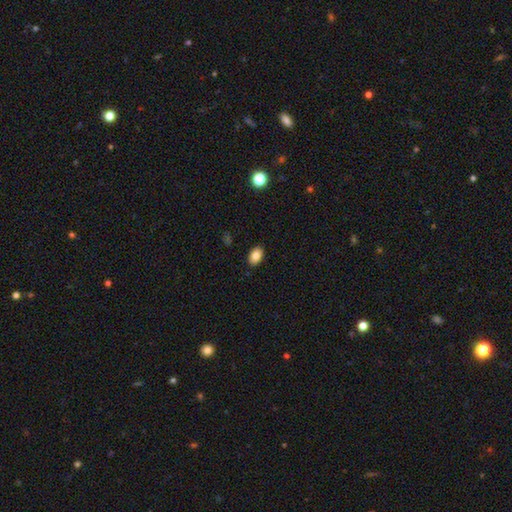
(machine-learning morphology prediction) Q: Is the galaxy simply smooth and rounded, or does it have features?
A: smooth — 83%.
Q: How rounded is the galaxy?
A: in between — 89%.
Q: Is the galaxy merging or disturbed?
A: none — 89%.